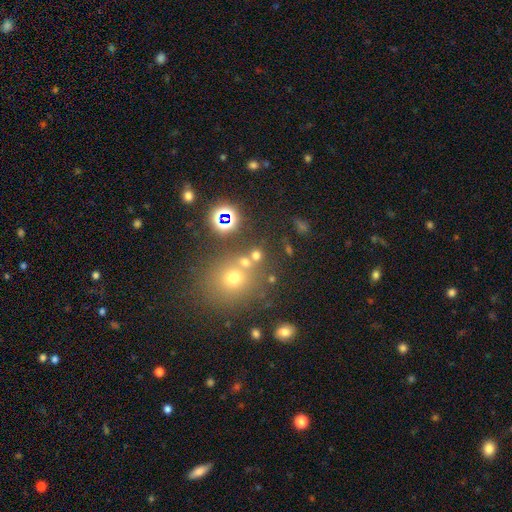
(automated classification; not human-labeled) Smooth or featured? smooth (60%)
How rounded? round (82%)
Merging? none (63%)